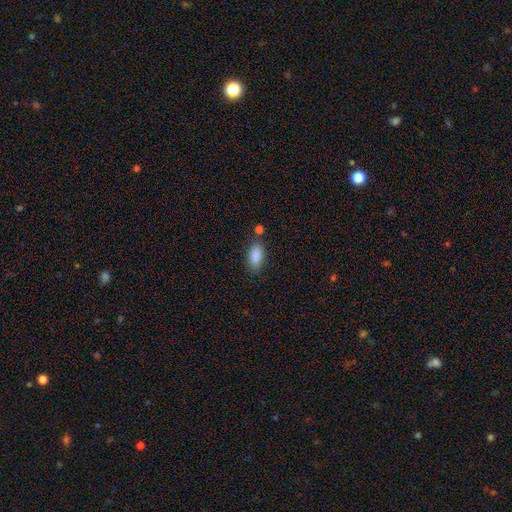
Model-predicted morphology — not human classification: smooth 87%, star or artifact 8%, featured or disk 5%. Down the decision tree: how rounded — in between (89%); merging — none (74%).